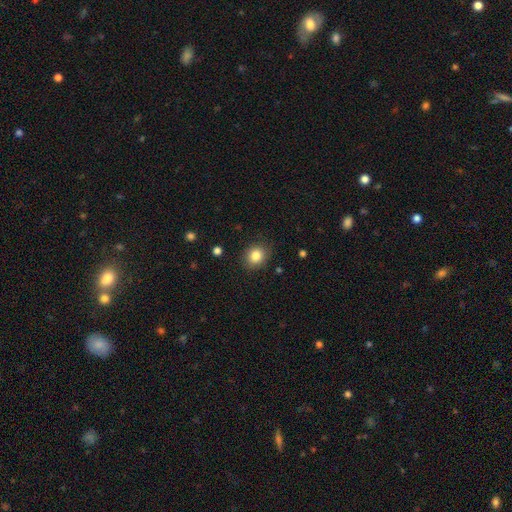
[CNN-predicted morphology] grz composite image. It shows a smooth galaxy with no disk features (84%) that is round (68%). Merging: none (85%).